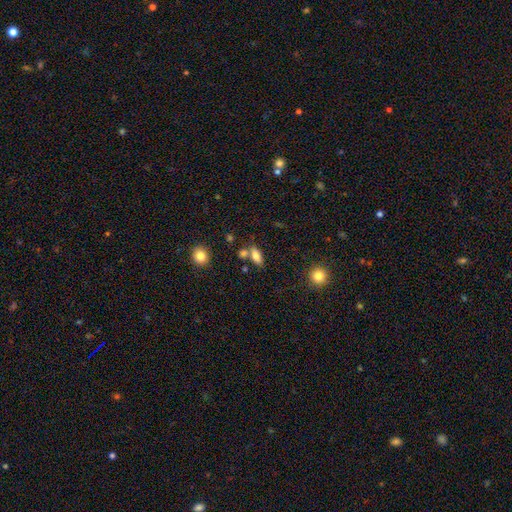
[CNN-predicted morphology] Smooth or featured: smooth — 80% (featured or disk — 11%)
How rounded: in between — 81% (cigar-shaped — 14%)
Merging: none — 60% (merger — 24%)